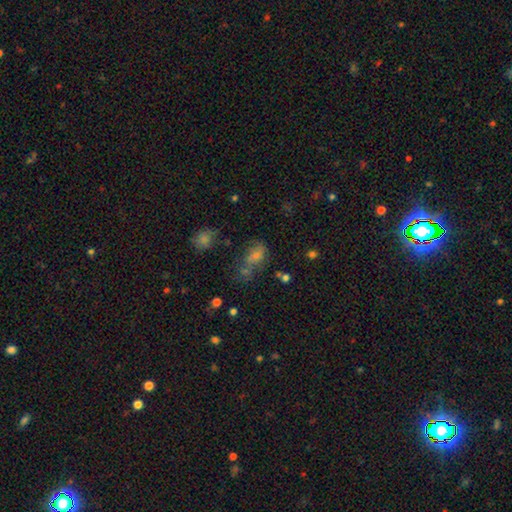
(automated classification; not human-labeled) Overall: smooth (52%; star or artifact 27%). How rounded: in between (77%). Merging: none (43%; merger 23%).